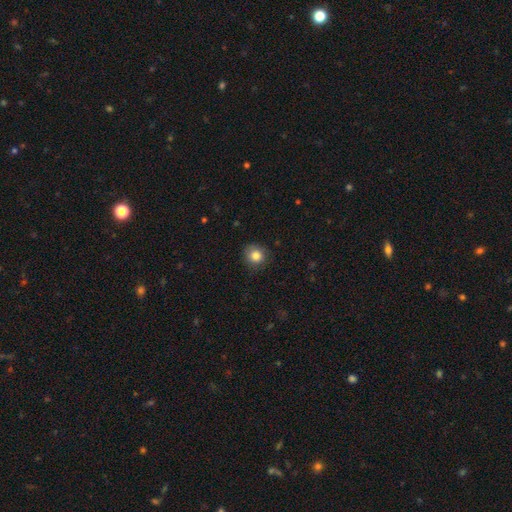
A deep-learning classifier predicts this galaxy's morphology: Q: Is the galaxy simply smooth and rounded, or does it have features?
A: smooth — 84%.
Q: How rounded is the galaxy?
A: round — 89%.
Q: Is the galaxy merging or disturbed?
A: none — 84%.